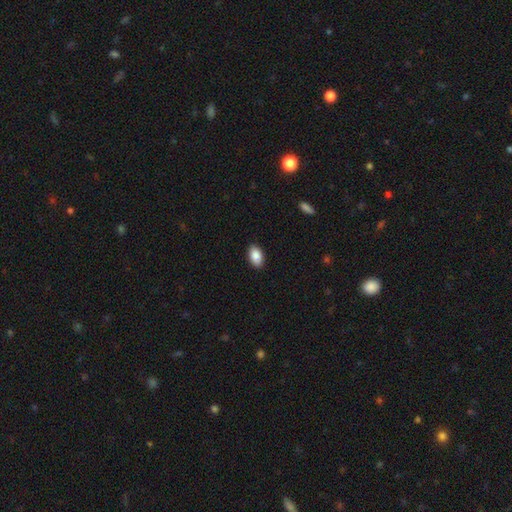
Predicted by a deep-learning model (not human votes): This is clearly a smooth galaxy (89%). How rounded: clearly in between (93%). Merging: clearly none (89%).